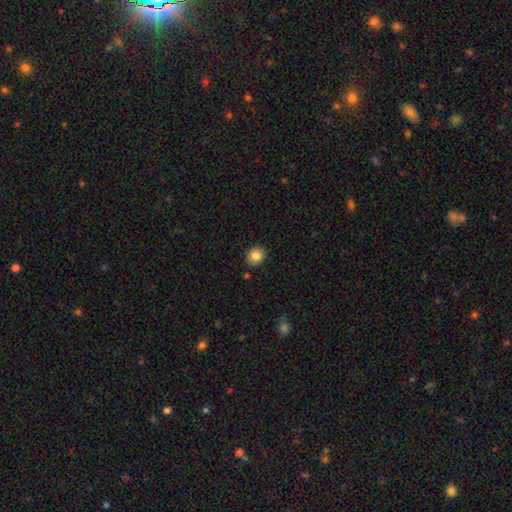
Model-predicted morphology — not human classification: A smooth galaxy with no disk features (85%) that is round (76%). Merging: none (88%).